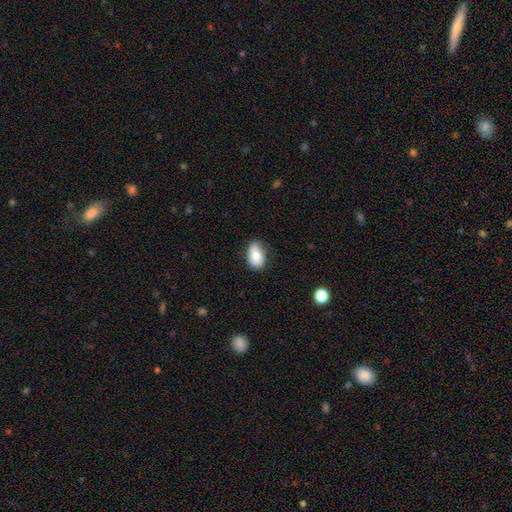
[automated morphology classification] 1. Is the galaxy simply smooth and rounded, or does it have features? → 77% smooth, 16% featured or disk, 7% star or artifact.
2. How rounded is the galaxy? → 88% in between, 10% round, 2% cigar-shaped.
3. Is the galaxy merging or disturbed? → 75% none, 20% minor disturbance, 4% major disturbance, 1% merger.